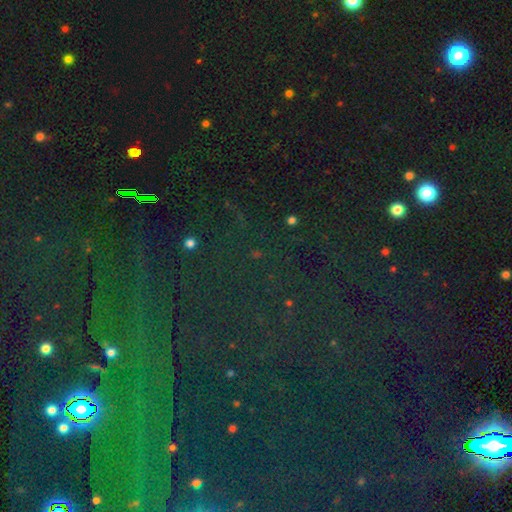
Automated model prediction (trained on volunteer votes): Smooth or featured? Predicted: star or artifact (p=0.85).